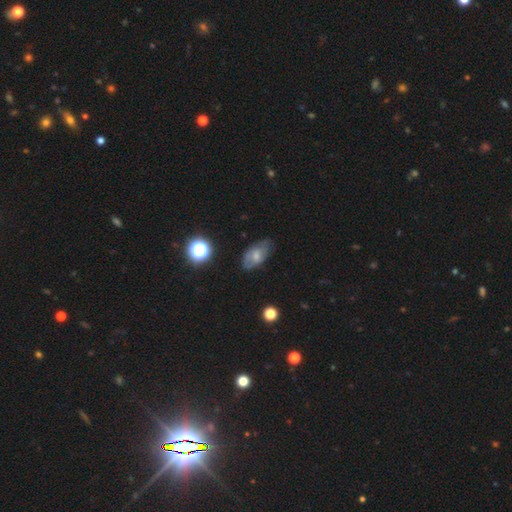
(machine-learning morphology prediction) A smooth galaxy with no disk features (52%) that is in between round and cigar-shaped (90%). Merging: none (63%).